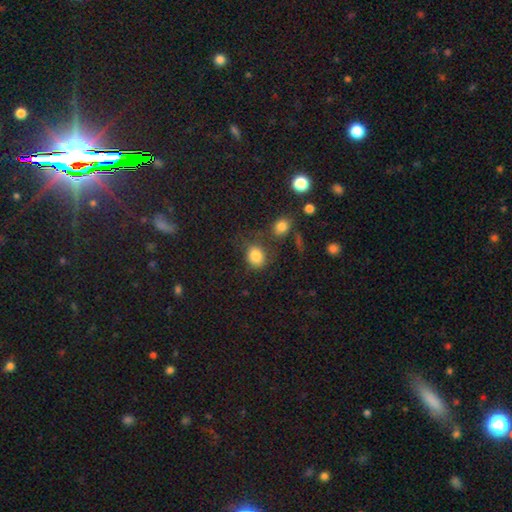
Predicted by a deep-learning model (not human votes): smooth 83%, star or artifact 11%, featured or disk 6%. Down the decision tree: how rounded — round (51%); merging — none (63%).